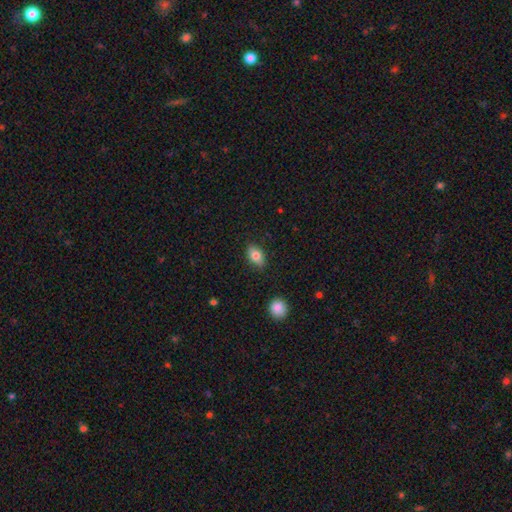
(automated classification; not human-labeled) Smooth or featured? smooth (79%)
How rounded? in between (86%)
Merging? none (85%)